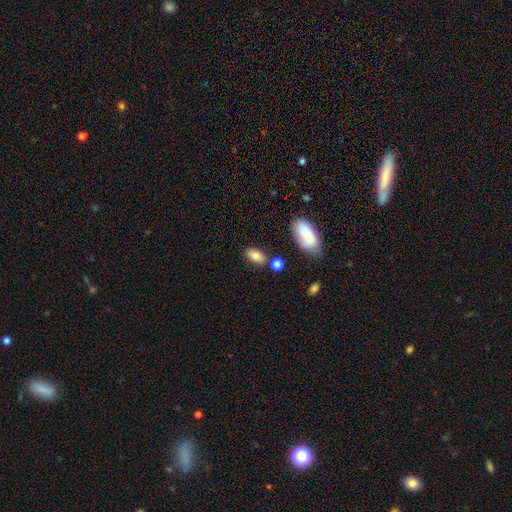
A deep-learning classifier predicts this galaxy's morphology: smooth 81%, featured or disk 10%, star or artifact 9%. Down the decision tree: how rounded — in between (88%); merging — none (75%).